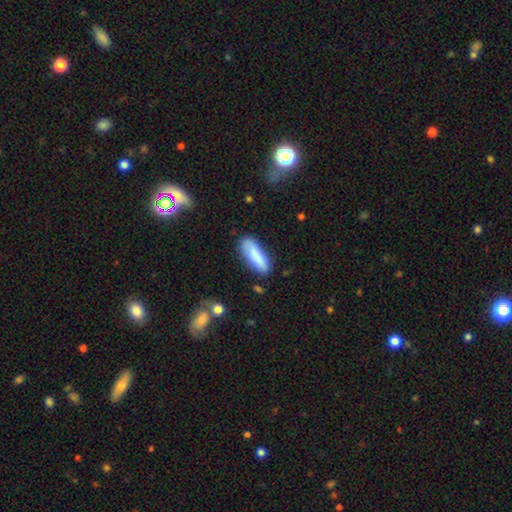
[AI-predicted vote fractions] Q: Smooth or featured?
A: smooth (85%); runner-up: featured or disk (9%)
Q: How rounded?
A: in between (56%); runner-up: cigar-shaped (42%)
Q: Merging?
A: none (78%); runner-up: minor disturbance (16%)